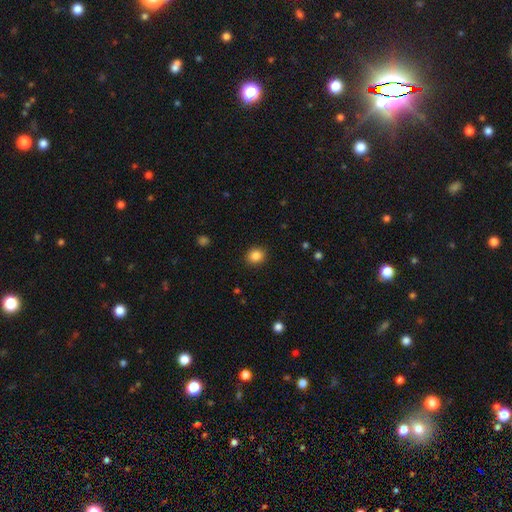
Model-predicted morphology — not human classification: Smooth or featured? smooth (86%)
How rounded? round (75%)
Merging? none (91%)